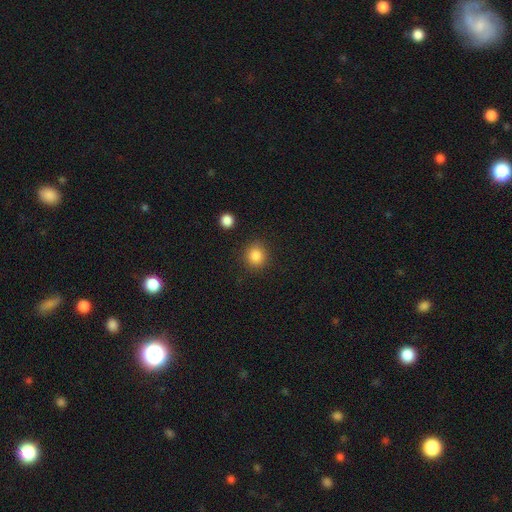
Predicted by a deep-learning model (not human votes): smooth-or-featured: smooth: 85% | star or artifact: 11% | featured or disk: 4%
  how-rounded: round: 89% | in between: 10% | cigar-shaped: 1%
  merging: none: 88% | minor disturbance: 7% | major disturbance: 3% | merger: 2%